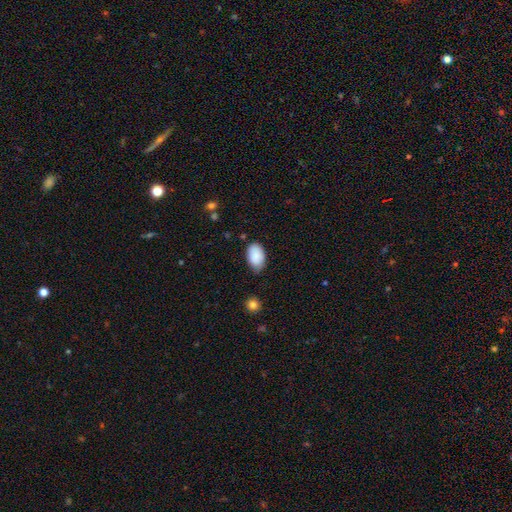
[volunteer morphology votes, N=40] type=smooth (95%); roundness=in between (100%); merging=none (66%).